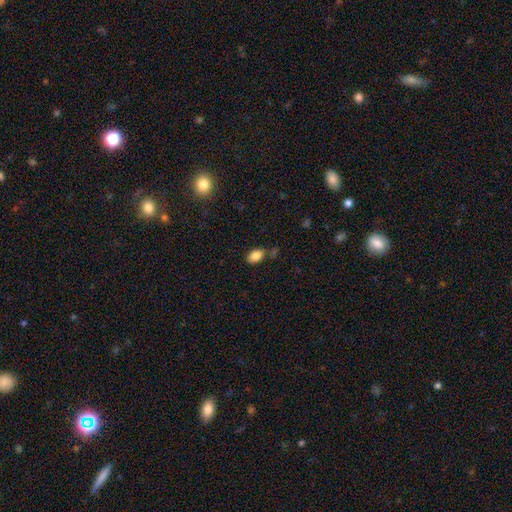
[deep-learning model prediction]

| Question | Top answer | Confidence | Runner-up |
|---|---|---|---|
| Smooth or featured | smooth | 85% | star or artifact (9%) |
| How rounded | in between | 90% | round (8%) |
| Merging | none | 74% | minor disturbance (15%) |